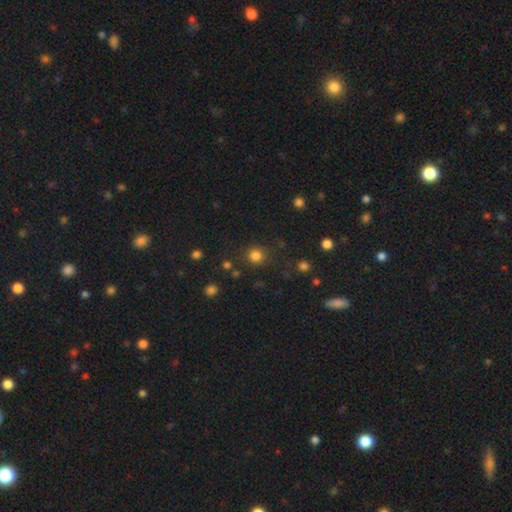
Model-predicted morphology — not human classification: smooth 82%, star or artifact 14%, featured or disk 4%. Down the decision tree: how rounded — round (90%); merging — none (84%).